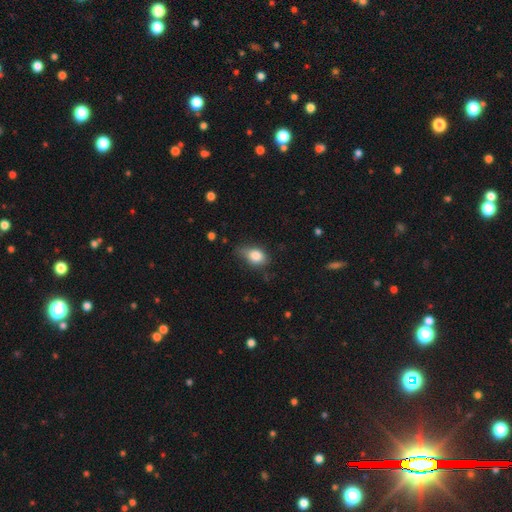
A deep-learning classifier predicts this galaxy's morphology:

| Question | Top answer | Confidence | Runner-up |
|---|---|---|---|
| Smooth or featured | smooth | 81% | featured or disk (10%) |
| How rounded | in between | 79% | round (19%) |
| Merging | none | 52% | minor disturbance (36%) |